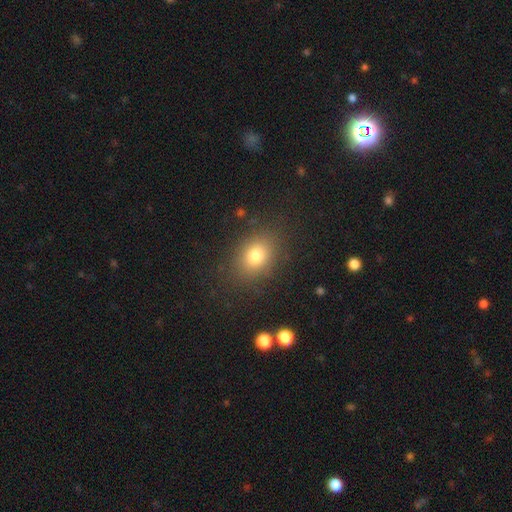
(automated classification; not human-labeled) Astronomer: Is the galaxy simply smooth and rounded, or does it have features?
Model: smooth — 78%.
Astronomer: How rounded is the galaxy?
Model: in between — 63%.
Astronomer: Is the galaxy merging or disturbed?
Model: none — 83%.